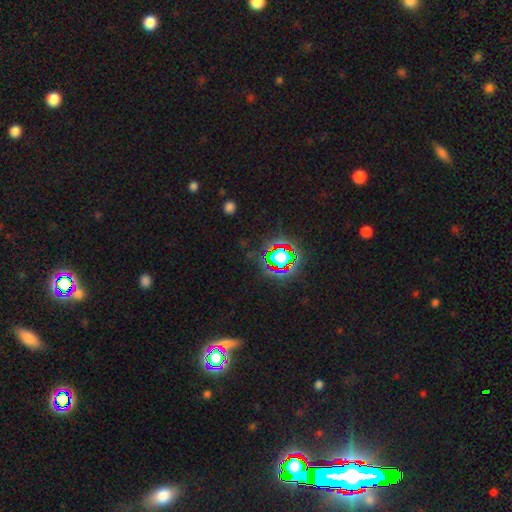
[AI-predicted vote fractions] smooth-or-featured: star or artifact: 78% | smooth: 13% | featured or disk: 9%